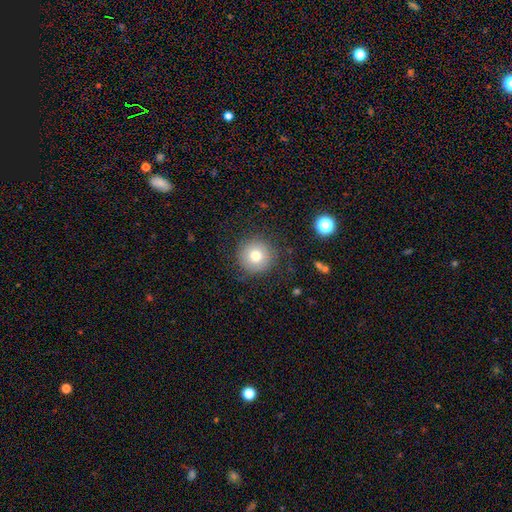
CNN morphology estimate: smooth-or-featured: smooth: 74% | featured or disk: 15% | star or artifact: 11%
  how-rounded: round: 95% | in between: 4% | cigar-shaped: 1%
  merging: none: 84% | minor disturbance: 11% | major disturbance: 4% | merger: 1%